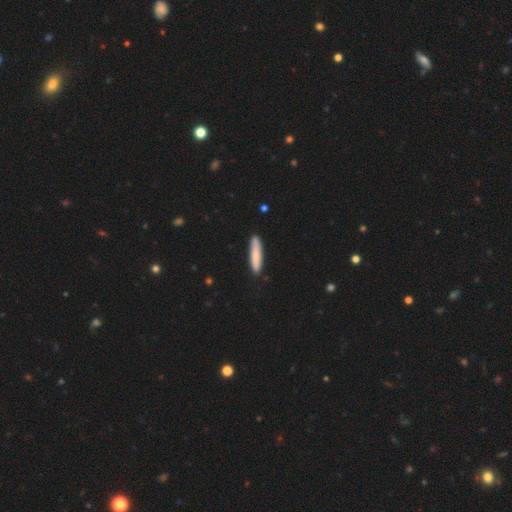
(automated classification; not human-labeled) The model was most divided on "smooth or featured": smooth: 80%, featured or disk: 15%, star or artifact: 5%. More confident: how rounded — cigar-shaped (89%); merging — none (89%).